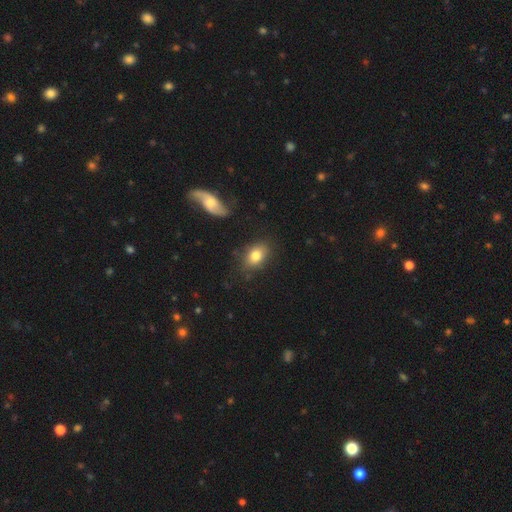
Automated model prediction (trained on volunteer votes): Overall: smooth (80%). How rounded: in between (81%). Merging: none (77%).